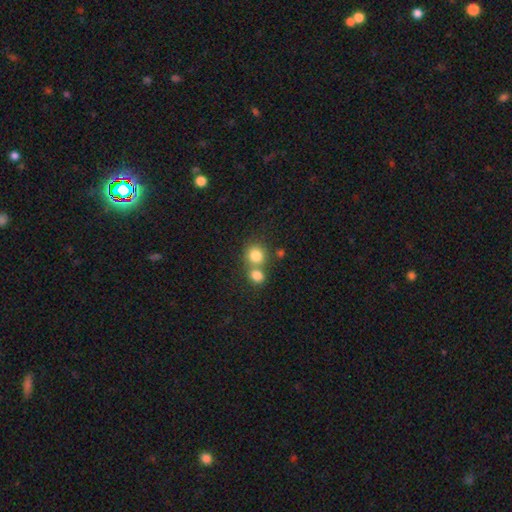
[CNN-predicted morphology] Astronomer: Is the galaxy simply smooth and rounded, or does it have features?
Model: smooth — 80%.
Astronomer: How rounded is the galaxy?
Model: round — 83%.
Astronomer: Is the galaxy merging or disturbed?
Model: merger — 46% (runner-up: none, 45%).